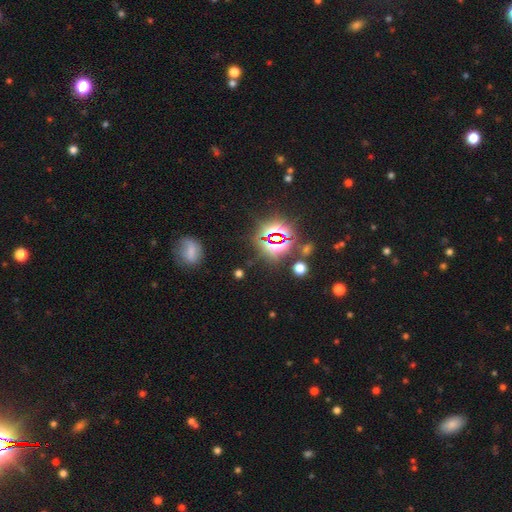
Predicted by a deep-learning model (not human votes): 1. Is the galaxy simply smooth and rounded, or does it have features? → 79% star or artifact, 14% smooth, 7% featured or disk.